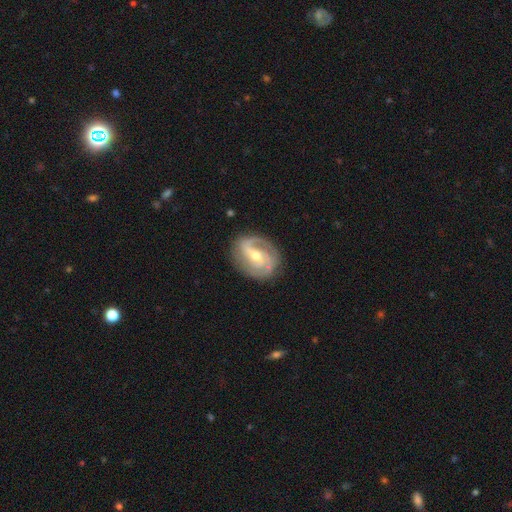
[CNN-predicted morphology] featured or disk 87%, smooth 9%, star or artifact 5%. Down the decision tree: edge-on disk — no (97%); bar — weak (46%); spiral arms — yes (95%); spiral arm count — 2 (59%); spiral winding — tight (45%); bulge size — moderate (61%); merging — none (77%).